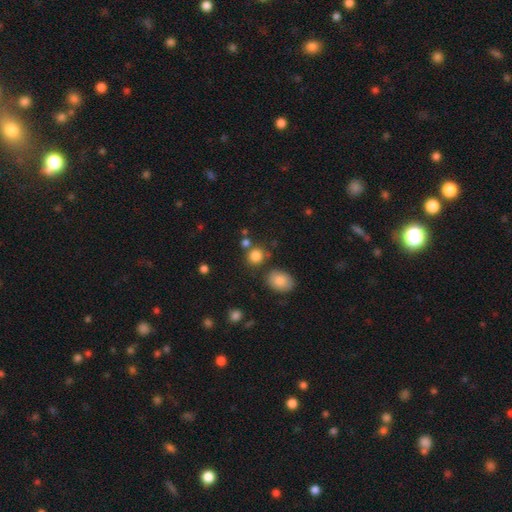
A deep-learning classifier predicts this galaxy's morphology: smooth_or_featured: smooth (p=0.83) [alt: star or artifact p=0.12]
how_rounded: round (p=0.83) [alt: in between p=0.16]
merging: none (p=0.73) [alt: merger p=0.14]